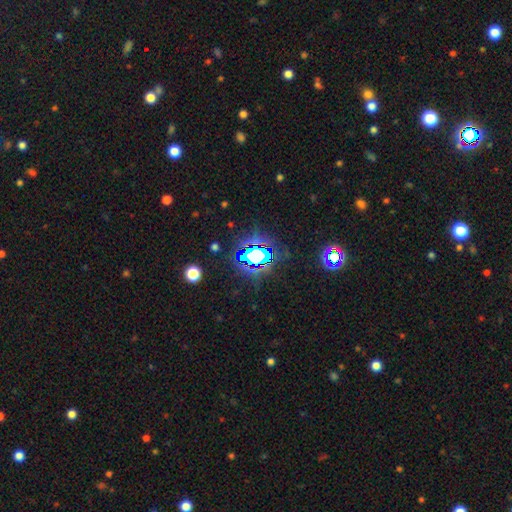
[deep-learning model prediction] smooth_or_featured: star or artifact (p=0.72) [alt: smooth p=0.16]